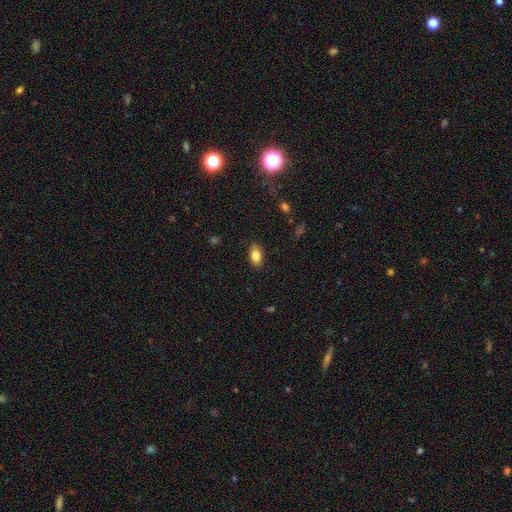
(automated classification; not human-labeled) Smooth or featured? Predicted: smooth (p=0.82). How rounded? Predicted: in between (p=0.90). Merging? Predicted: none (p=0.86).